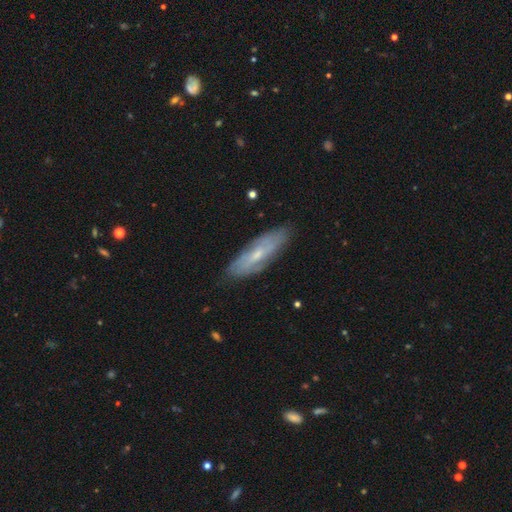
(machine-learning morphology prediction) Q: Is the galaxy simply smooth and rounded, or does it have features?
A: featured or disk — 52%.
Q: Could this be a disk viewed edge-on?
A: no — 60%.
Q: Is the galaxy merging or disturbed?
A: none — 86%.